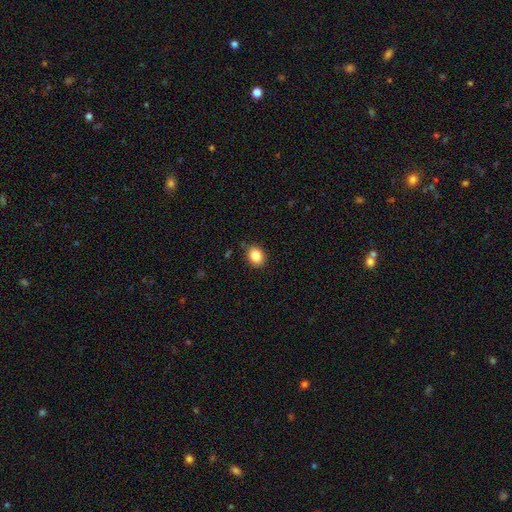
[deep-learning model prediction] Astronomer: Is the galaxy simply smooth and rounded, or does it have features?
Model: smooth — 85%.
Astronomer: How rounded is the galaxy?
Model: in between — 58% (runner-up: round, 42%).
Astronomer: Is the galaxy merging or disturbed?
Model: none — 84%.